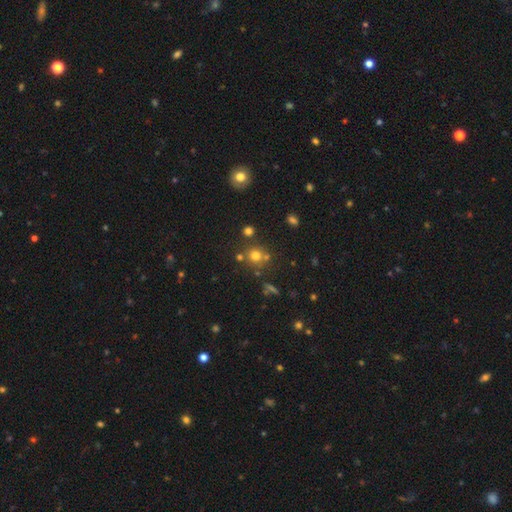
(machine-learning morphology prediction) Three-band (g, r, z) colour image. It shows a smooth galaxy with no disk features (68%) that is round (89%). Merging: none (68%).